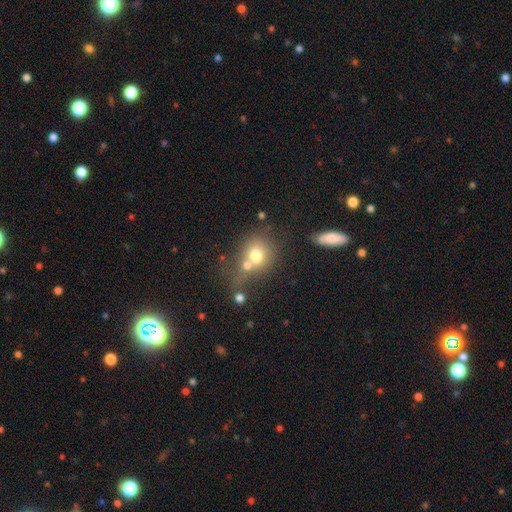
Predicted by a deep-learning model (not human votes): Overall: smooth (69%). How rounded: round (73%). Merging: merger (49%; none 31%).